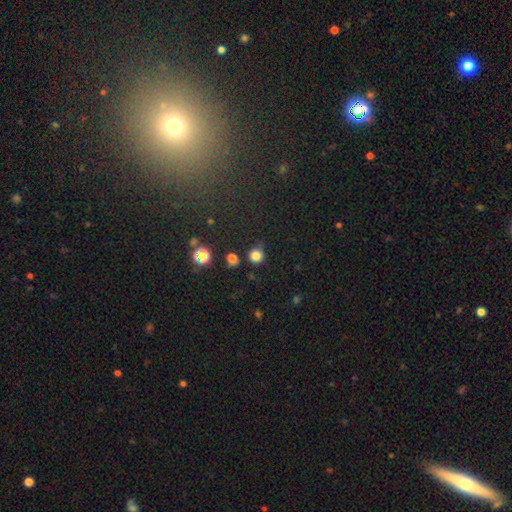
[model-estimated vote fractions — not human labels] Overall: smooth (81%). How rounded: round (88%). Merging: none (70%).